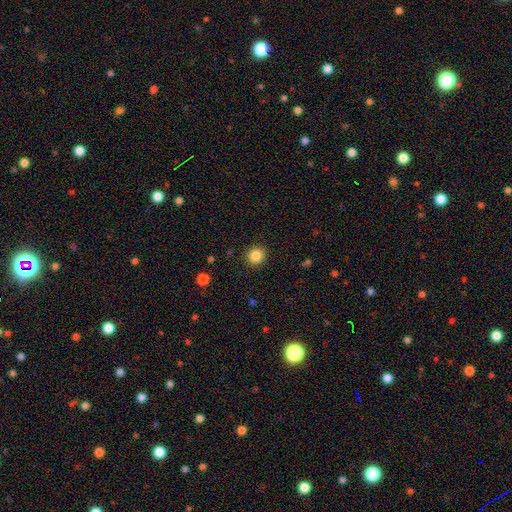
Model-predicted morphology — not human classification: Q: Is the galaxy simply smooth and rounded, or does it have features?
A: smooth — 85%.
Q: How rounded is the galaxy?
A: round — 86%.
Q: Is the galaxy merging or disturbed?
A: none — 91%.